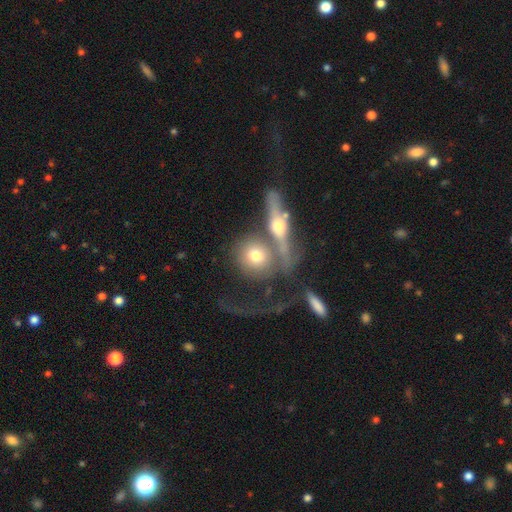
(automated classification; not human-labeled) Morphology: type=smooth (52%); roundness=round (71%); merging=merger (45%).